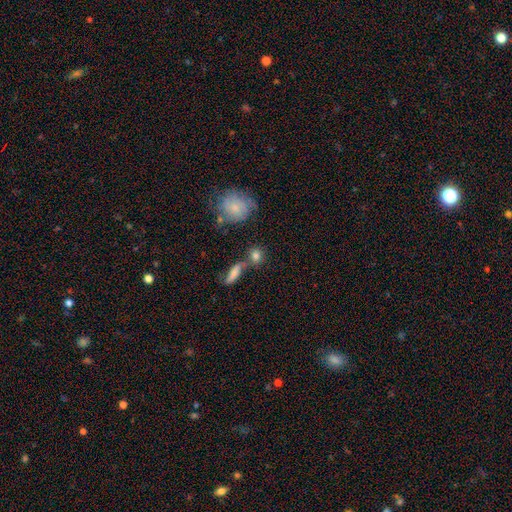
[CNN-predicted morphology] A smooth galaxy with no disk features (76%) that is round (70%).

Vote fractions:
- Smooth or featured? smooth: 76% / featured or disk: 14% / star or artifact: 10%
- How rounded? round: 70% / in between: 24% / cigar-shaped: 6%
- Merging? none: 57% / merger: 26% / minor disturbance: 12% / major disturbance: 6%